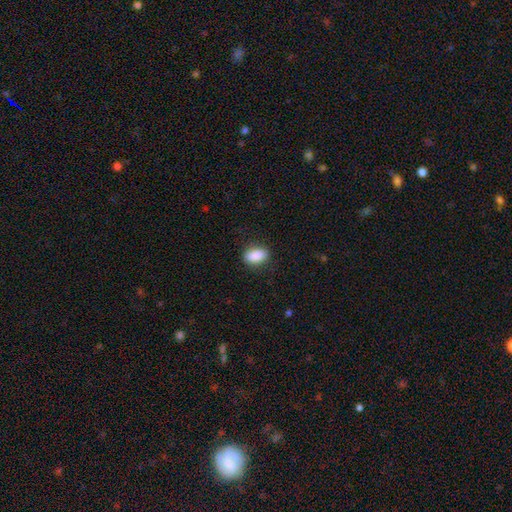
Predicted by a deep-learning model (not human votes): Smooth or featured? Predicted: smooth (p=0.89). How rounded? Predicted: in between (p=0.87). Merging? Predicted: none (p=0.85).